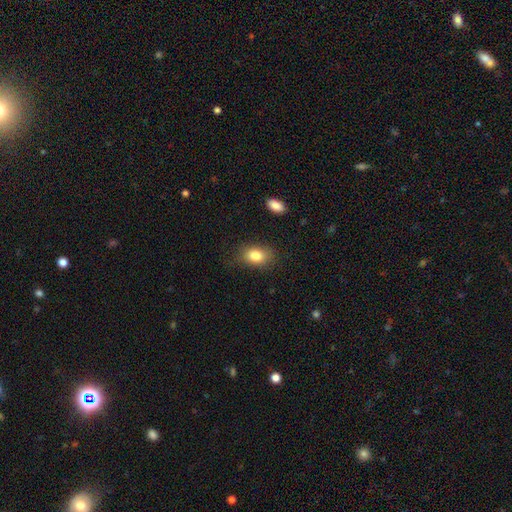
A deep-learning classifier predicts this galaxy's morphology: Smooth or featured? smooth (82%)
How rounded? in between (78%)
Merging? none (78%)